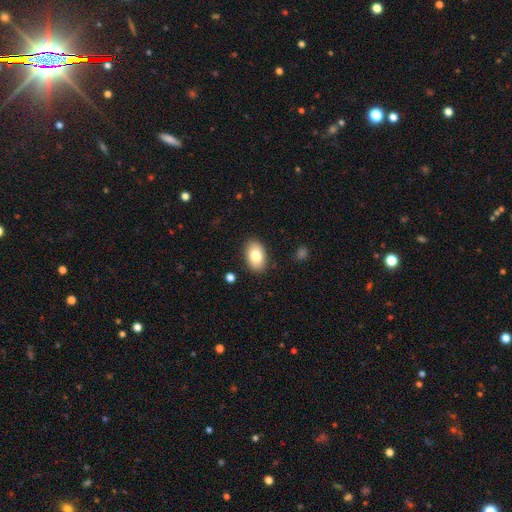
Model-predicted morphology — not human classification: Q: Smooth or featured?
A: smooth (81%); runner-up: featured or disk (12%)
Q: How rounded?
A: in between (91%); runner-up: round (8%)
Q: Merging?
A: none (87%); runner-up: minor disturbance (9%)